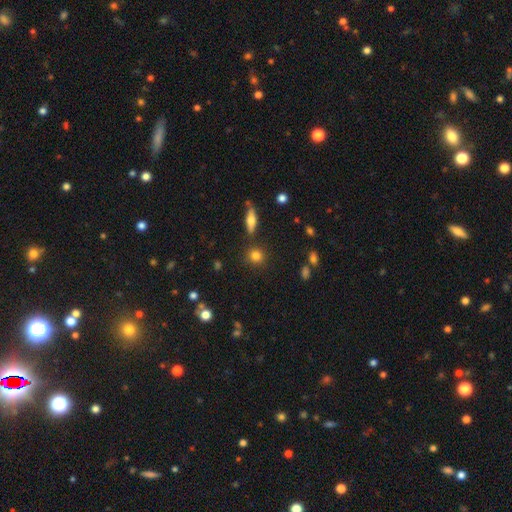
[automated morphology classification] smooth_or_featured: smooth (p=0.81) [alt: star or artifact p=0.11]
how_rounded: round (p=0.85) [alt: in between p=0.12]
merging: none (p=0.84) [alt: minor disturbance p=0.08]